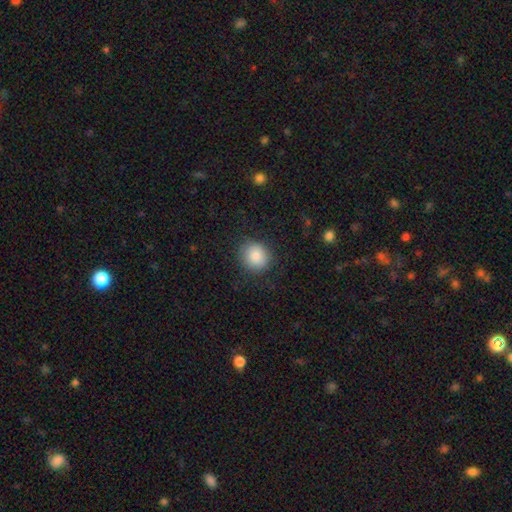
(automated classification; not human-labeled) Overall: smooth (86%). How rounded: round (82%). Merging: none (87%).